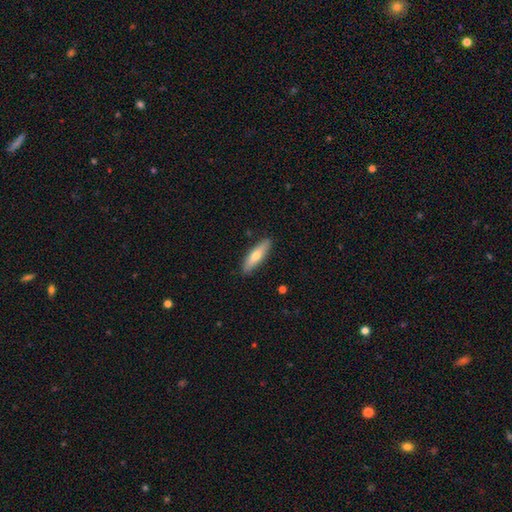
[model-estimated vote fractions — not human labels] smooth 63%, featured or disk 31%, star or artifact 6%. Down the decision tree: how rounded — cigar-shaped (64%); merging — none (89%).